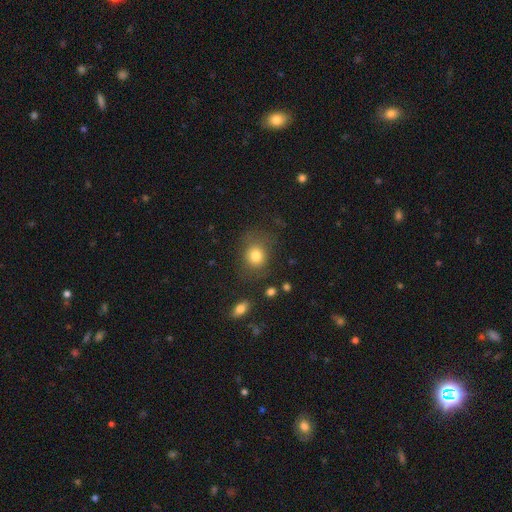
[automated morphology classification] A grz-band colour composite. It shows a smooth galaxy with no disk features (79%) that is round (68%). Merging: none (69%).